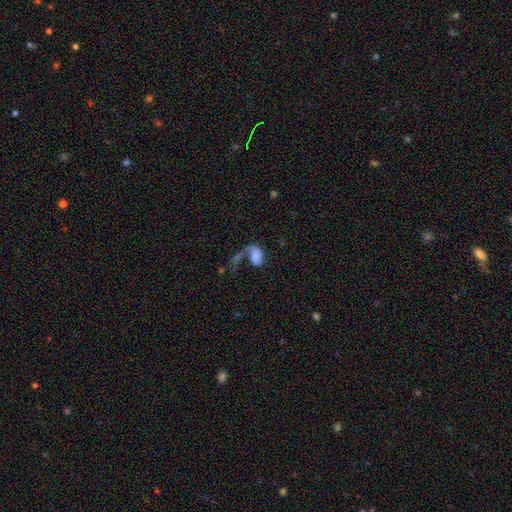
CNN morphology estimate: smooth-or-featured: smooth: 56% | featured or disk: 33% | star or artifact: 11%
  how-rounded: in between: 86% | round: 12% | cigar-shaped: 2%
  merging: major disturbance: 38% | merger: 27% | none: 22% | minor disturbance: 13%